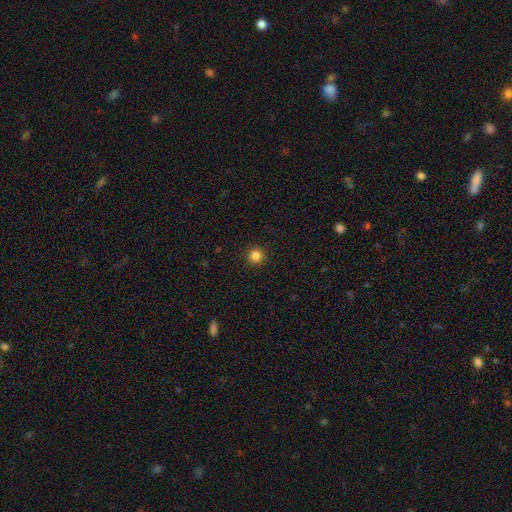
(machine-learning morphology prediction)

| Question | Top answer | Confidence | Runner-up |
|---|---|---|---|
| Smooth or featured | smooth | 84% | star or artifact (12%) |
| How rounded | round | 96% | in between (3%) |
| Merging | none | 93% | minor disturbance (4%) |